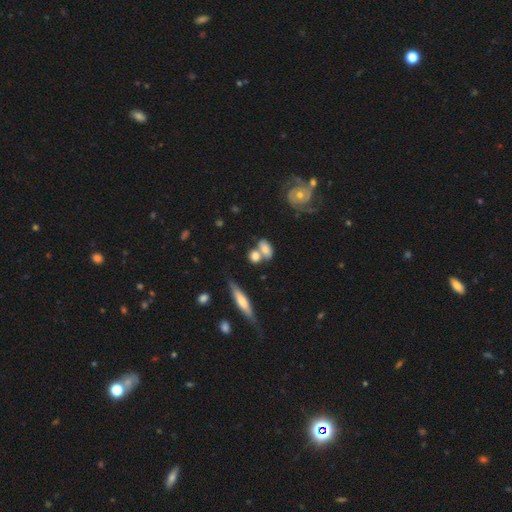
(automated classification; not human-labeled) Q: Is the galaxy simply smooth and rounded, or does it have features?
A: smooth — 71%.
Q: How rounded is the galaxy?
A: in between — 63%.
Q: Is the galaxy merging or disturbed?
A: none — 42%.